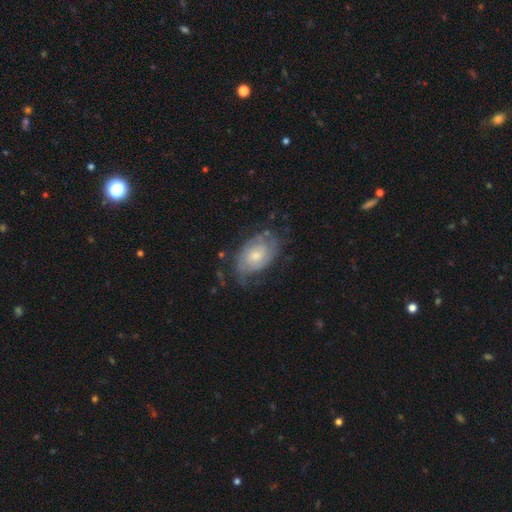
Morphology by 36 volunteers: Smooth or featured?
  - featured or disk: 69% *
  - smooth: 28%
  - star or artifact: 3%
Edge-on disk?
  - no: 88% *
  - yes: 12%
Bar?
  - no: 77% *
  - weak: 23%
  - strong: 0%
Spiral arms?
  - yes: 91% *
  - no: 9%
Spiral winding?
  - tight: 60% *
  - medium: 30%
  - loose: 10%
Spiral arm count?
  - 2: 55% *
  - can't tell: 30%
  - 3: 10%
  - 1: 5%
  - 4: 0%
  - more than 4: 0%
Bulge size?
  - moderate: 55% *
  - small: 36%
  - large: 9%
  - dominant: 0%
  - none: 0%
Merging?
  - none: 46% *
  - minor disturbance: 43%
  - major disturbance: 9%
  - merger: 3%